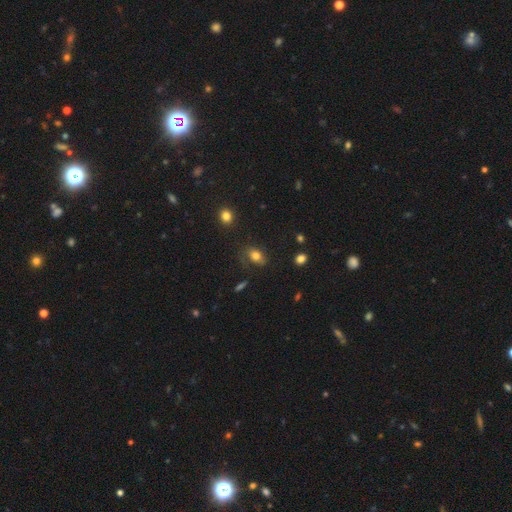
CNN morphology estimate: Q: Smooth or featured?
A: smooth (72%); runner-up: featured or disk (17%)
Q: How rounded?
A: in between (81%); runner-up: round (16%)
Q: Merging?
A: none (65%); runner-up: minor disturbance (21%)